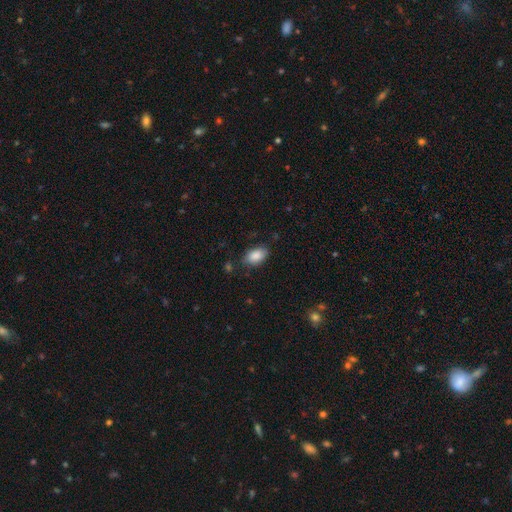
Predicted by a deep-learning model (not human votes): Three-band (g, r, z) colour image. It shows a smooth galaxy with no disk features (88%) that is in between round and cigar-shaped (90%). Merging: none (81%).